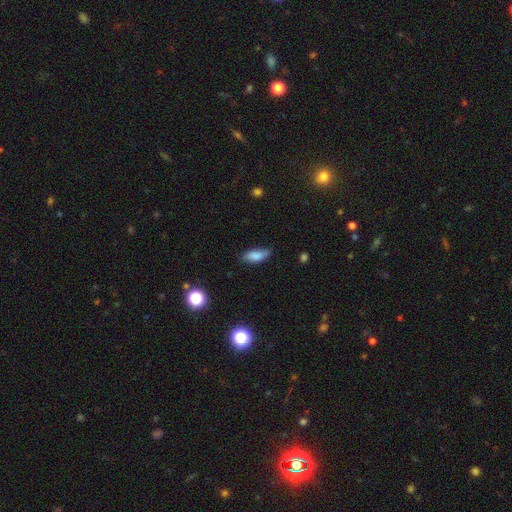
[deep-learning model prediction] smooth-or-featured: smooth: 81% | featured or disk: 12% | star or artifact: 8%
  how-rounded: in between: 75% | cigar-shaped: 22% | round: 3%
  merging: none: 68% | minor disturbance: 26% | major disturbance: 4% | merger: 2%